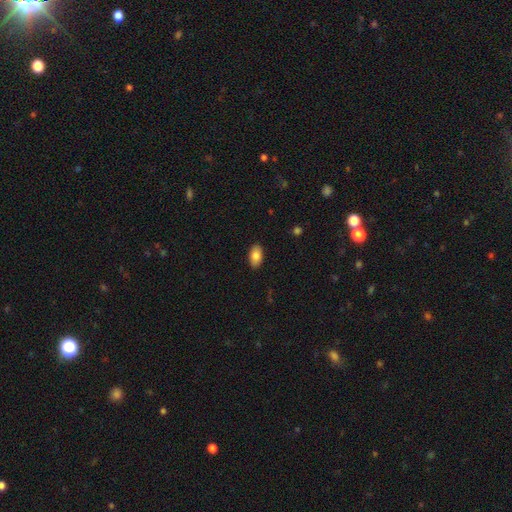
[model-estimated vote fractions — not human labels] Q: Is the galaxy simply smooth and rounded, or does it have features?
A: smooth — 85%.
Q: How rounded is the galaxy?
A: in between — 94%.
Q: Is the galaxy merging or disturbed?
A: none — 89%.